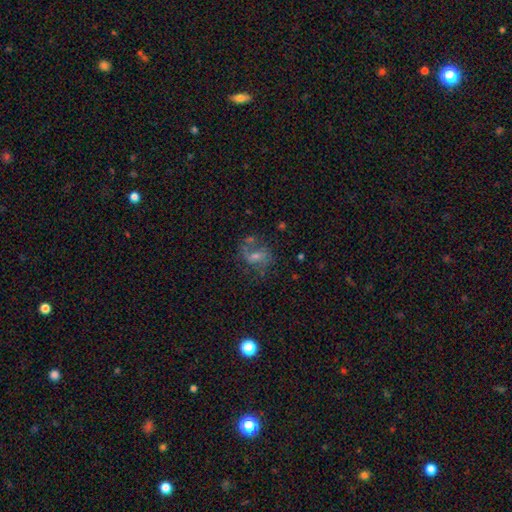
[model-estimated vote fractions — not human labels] featured or disk 56%, smooth 25%, star or artifact 20%. Down the decision tree: edge-on disk — no (96%); bar — weak (47%); spiral arms — yes (74%); bulge size — small (45%); merging — none (59%).